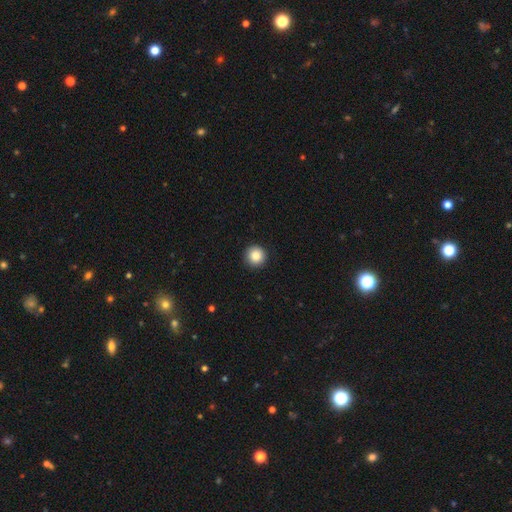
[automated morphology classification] This appears to be a smooth galaxy with no disk features (87%) that is round (96%). Merging: none (92%).